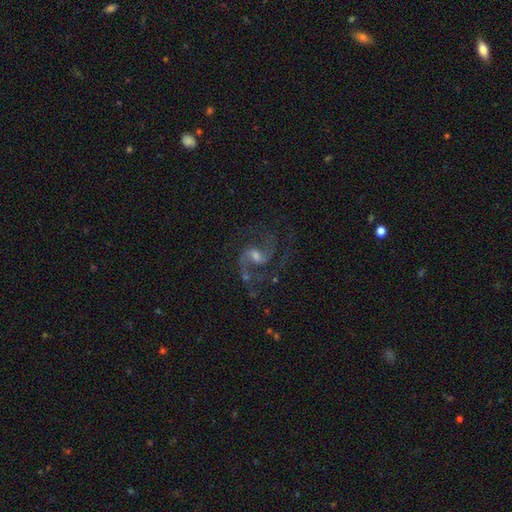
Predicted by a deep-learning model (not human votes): This is clearly a featured or disk galaxy (89%). It is clearly not viewed edge-on (98%). Bar: possibly weak (55%). Spiral arm pattern: clearly yes (97%). Spiral arm count: clearly 2 (84%). Spiral winding: possibly medium (54%). Central bulge: possibly moderate (46%). Merging: likely none (66%).